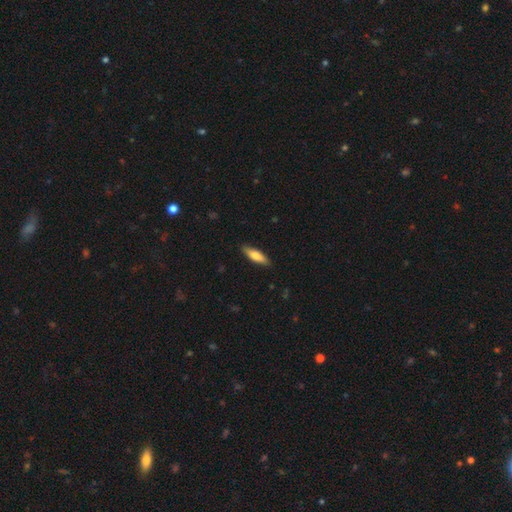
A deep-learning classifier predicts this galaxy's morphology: Q: Smooth or featured?
A: smooth (70%); runner-up: featured or disk (24%)
Q: How rounded?
A: cigar-shaped (57%); runner-up: in between (41%)
Q: Merging?
A: none (87%); runner-up: minor disturbance (10%)